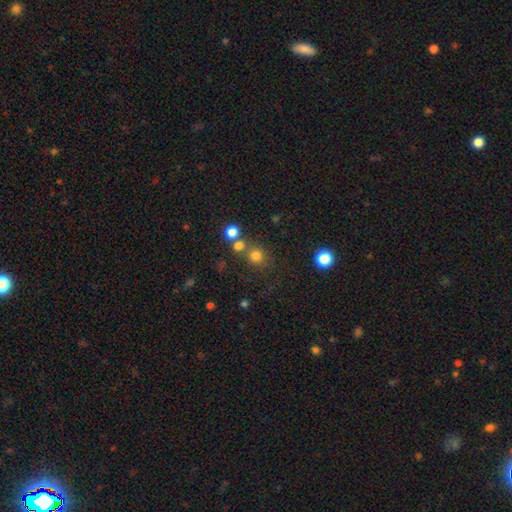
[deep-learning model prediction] Overall: smooth (76%). How rounded: round (88%). Merging: none (68%).